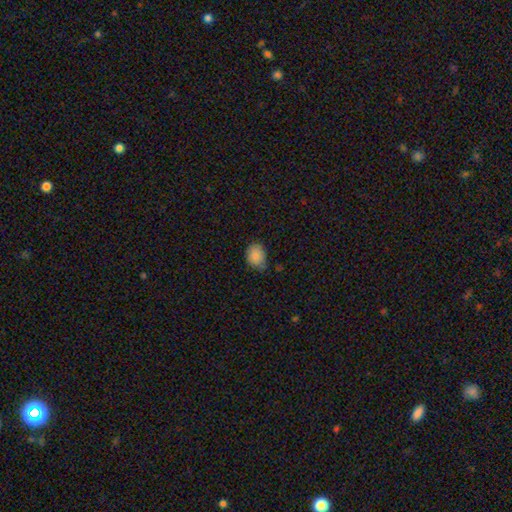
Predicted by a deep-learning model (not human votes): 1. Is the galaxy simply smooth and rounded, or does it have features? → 86% smooth, 9% star or artifact, 6% featured or disk.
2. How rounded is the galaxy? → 61% in between, 38% round, 1% cigar-shaped.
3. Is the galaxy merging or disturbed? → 63% none, 30% minor disturbance, 5% major disturbance, 2% merger.